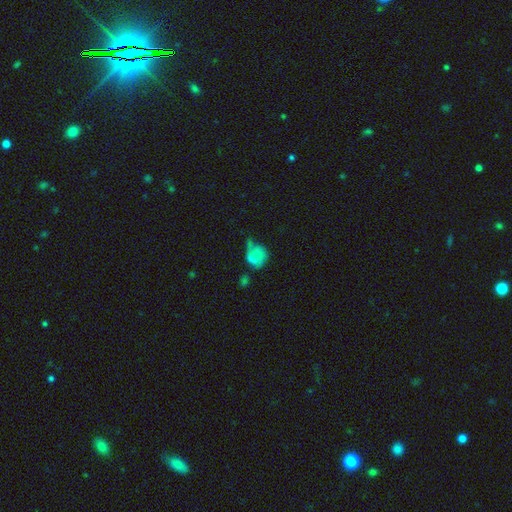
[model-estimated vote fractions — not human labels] A smooth galaxy with no disk features (62%) that is round (65%).

Vote fractions:
- Smooth or featured? smooth: 62% / featured or disk: 28% / star or artifact: 10%
- How rounded? round: 65% / in between: 34% / cigar-shaped: 1%
- Merging? minor disturbance: 32% / none: 31% / major disturbance: 22% / merger: 15%